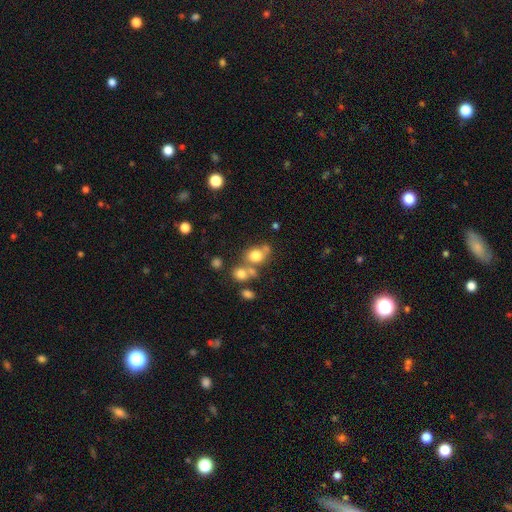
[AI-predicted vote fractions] Overall: smooth (73%). How rounded: round (63%; in between 36%). Merging: none (46%; merger 35%).